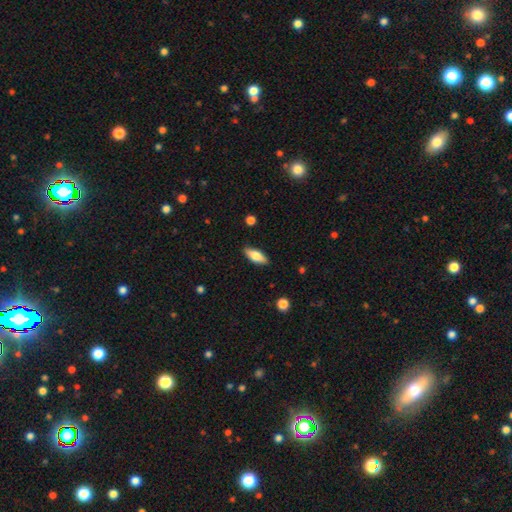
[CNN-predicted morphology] This appears to be a smooth galaxy with no disk features (72%) that is in between round and cigar-shaped (72%). Merging: none (87%).